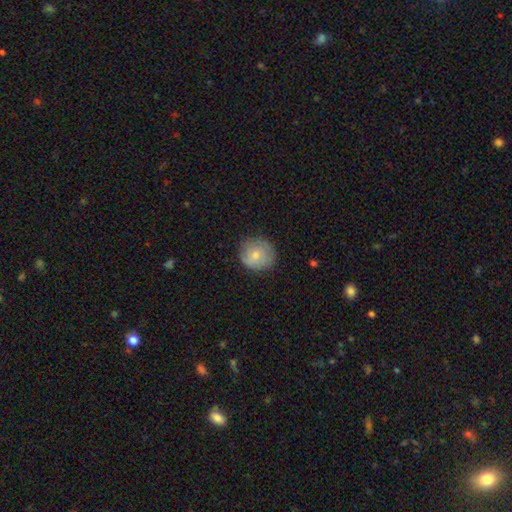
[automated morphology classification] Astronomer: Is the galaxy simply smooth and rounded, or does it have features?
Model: smooth — 67%.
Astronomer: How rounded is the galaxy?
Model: round — 88%.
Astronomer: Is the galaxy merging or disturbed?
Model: none — 78%.